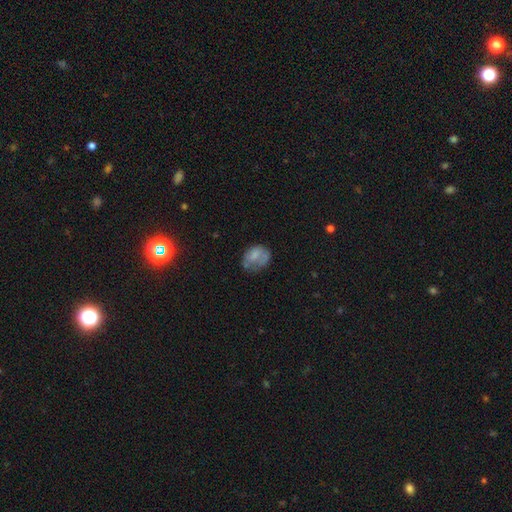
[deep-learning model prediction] Q: Smooth or featured?
A: smooth (60%); runner-up: featured or disk (30%)
Q: How rounded?
A: in between (57%); runner-up: round (42%)
Q: Merging?
A: none (41%); runner-up: minor disturbance (31%)